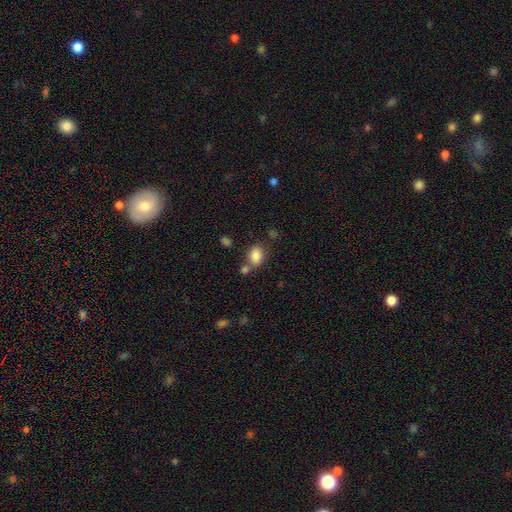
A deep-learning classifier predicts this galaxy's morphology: Smooth or featured? Predicted: smooth (p=0.85). How rounded? Predicted: in between (p=0.72). Merging? Predicted: none (p=0.64).